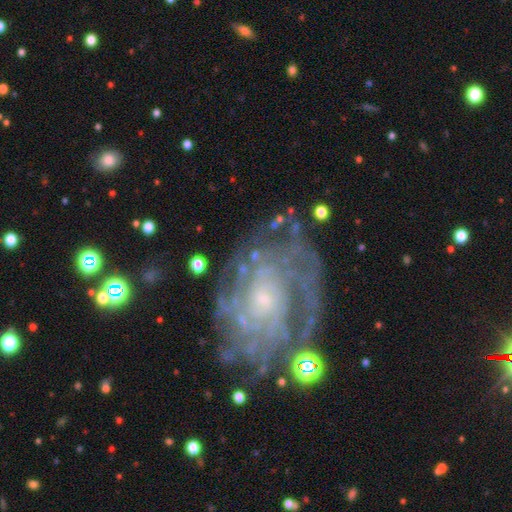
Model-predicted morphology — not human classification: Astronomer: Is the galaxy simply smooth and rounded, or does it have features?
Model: featured or disk — 85%.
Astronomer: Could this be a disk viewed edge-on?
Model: no — 97%.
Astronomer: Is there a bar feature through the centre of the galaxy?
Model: no — 68%.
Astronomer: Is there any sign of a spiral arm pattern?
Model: yes — 96%.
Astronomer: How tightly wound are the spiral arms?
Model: tight — 68%.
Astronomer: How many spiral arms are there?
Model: can't tell — 28% (runner-up: 4, 19%).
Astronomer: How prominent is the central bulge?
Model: small — 66%.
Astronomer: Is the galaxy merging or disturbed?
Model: none — 66%.